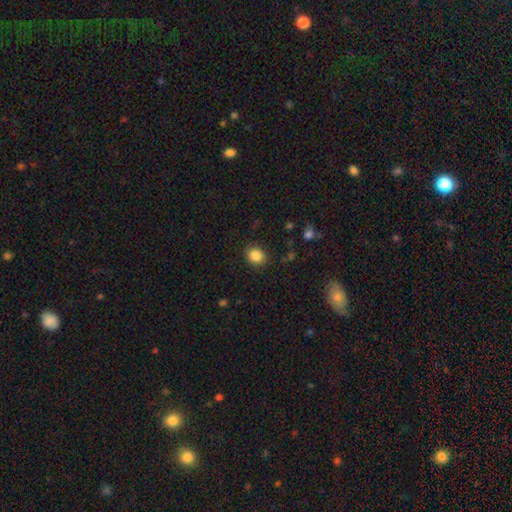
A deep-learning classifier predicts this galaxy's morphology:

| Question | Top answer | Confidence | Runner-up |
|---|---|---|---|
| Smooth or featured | smooth | 86% | star or artifact (10%) |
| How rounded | round | 70% | in between (29%) |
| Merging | none | 88% | minor disturbance (8%) |